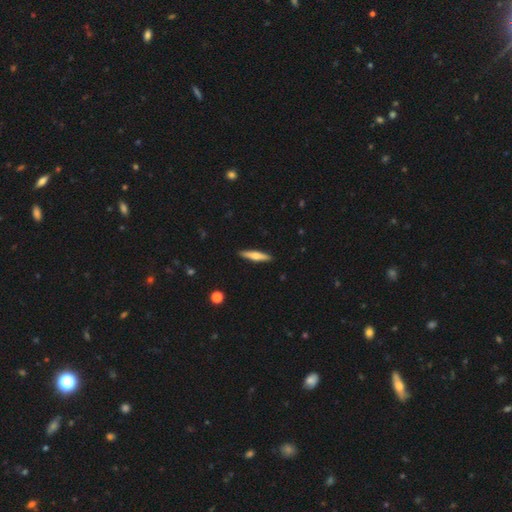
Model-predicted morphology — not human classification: This appears to be a smooth galaxy with no disk features (50%) that is cigar-shaped (84%). Merging: none (91%).